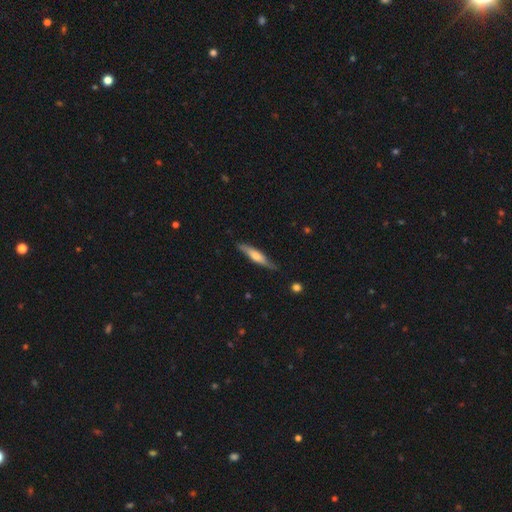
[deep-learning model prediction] A featured or disk galaxy (48%). Merging: none (81%).